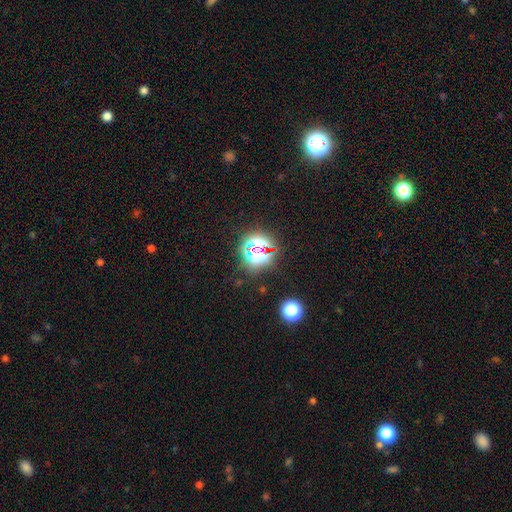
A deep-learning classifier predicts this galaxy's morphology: This appears to be a star or artifact, not a galaxy (71%).